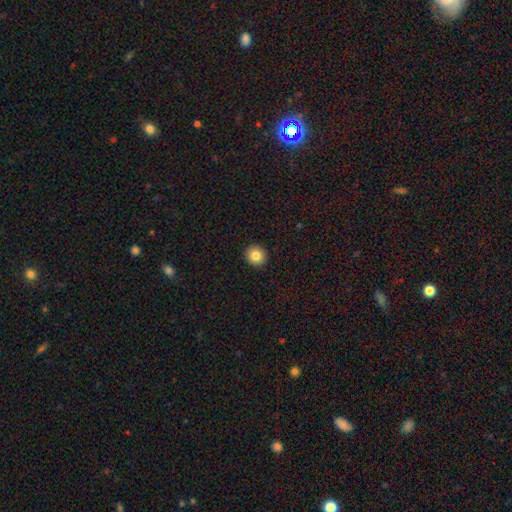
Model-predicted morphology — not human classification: This appears to be a smooth galaxy with no disk features (84%) that is round (93%). Merging: none (93%).